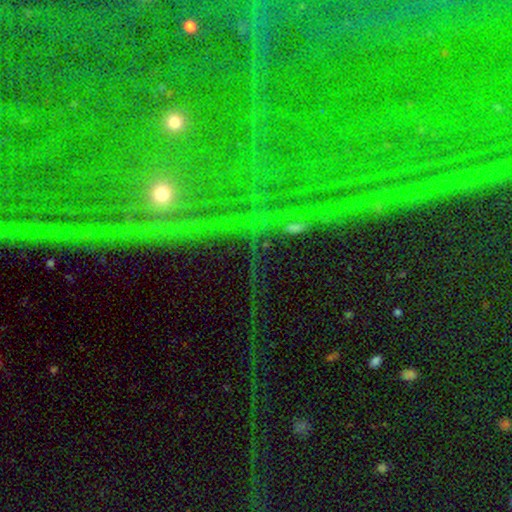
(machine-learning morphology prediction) The model was most divided on "smooth or featured": star or artifact: 80%, featured or disk: 11%, smooth: 9%.